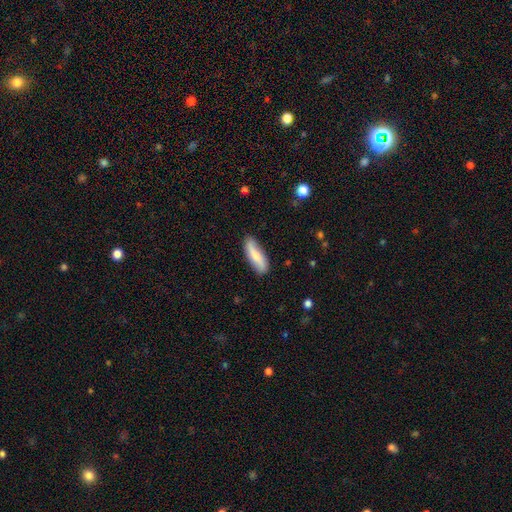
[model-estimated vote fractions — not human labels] Smooth or featured? smooth (67%)
How rounded? cigar-shaped (49%, tied with in between)
Merging? none (82%)